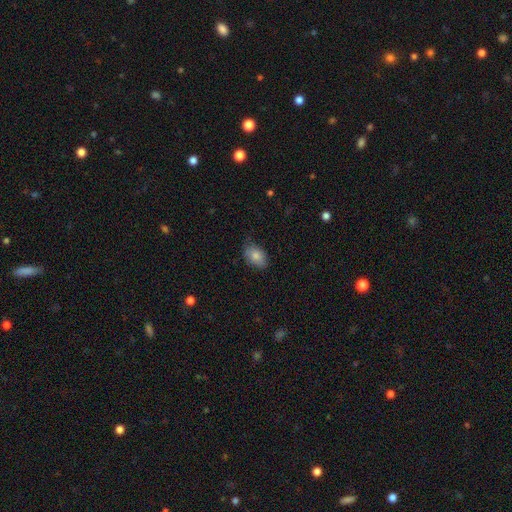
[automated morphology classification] The model was most divided on "merging": none: 72%, minor disturbance: 23%, major disturbance: 4%, merger: 1%. More confident: how rounded — in between (87%); smooth or featured — smooth (82%).